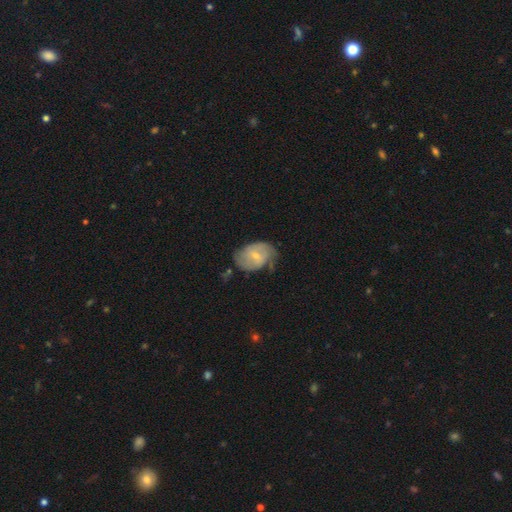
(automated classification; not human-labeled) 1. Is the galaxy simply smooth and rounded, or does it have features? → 58% featured or disk, 36% smooth, 6% star or artifact.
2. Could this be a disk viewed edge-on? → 96% no, 4% yes.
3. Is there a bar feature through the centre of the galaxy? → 52% weak, 34% no, 14% strong.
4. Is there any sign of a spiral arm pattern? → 78% yes, 22% no.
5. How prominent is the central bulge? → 62% small, 32% moderate, 4% none, 2% large, 1% dominant.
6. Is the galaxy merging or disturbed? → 52% none, 31% minor disturbance, 13% major disturbance, 4% merger.